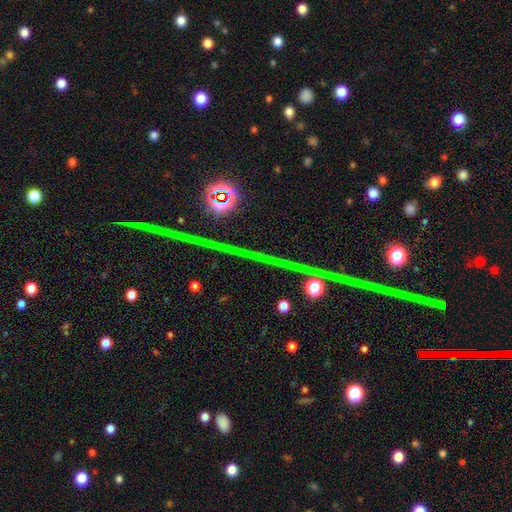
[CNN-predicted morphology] Smooth or featured?
  - star or artifact: 78% *
  - featured or disk: 14%
  - smooth: 8%